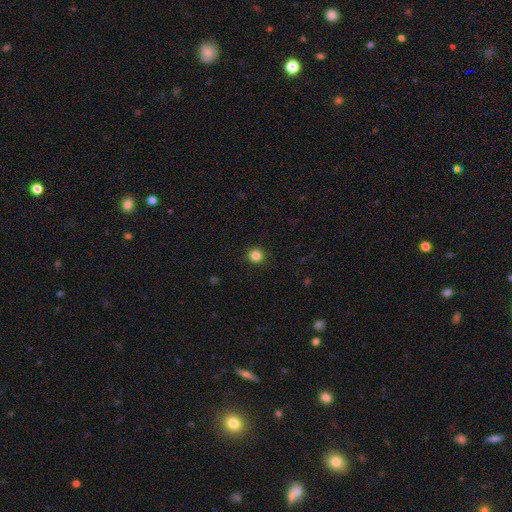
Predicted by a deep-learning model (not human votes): smooth-or-featured: smooth: 84% | star or artifact: 12% | featured or disk: 4%
  how-rounded: round: 93% | in between: 6% | cigar-shaped: 1%
  merging: none: 92% | minor disturbance: 6% | major disturbance: 2% | merger: 1%